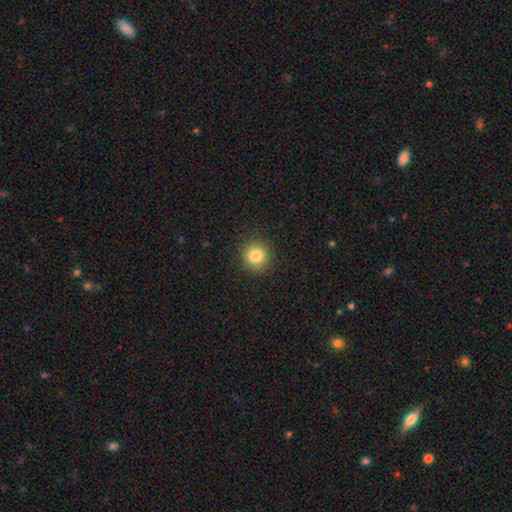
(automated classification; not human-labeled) This appears to be a smooth galaxy with no disk features (83%) that is round (92%). Merging: none (90%).